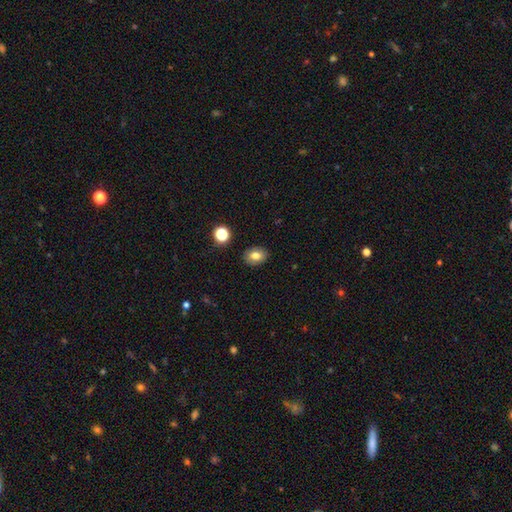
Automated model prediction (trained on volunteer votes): Morphology: type=smooth (78%); roundness=in between (68%); merging=none (88%).